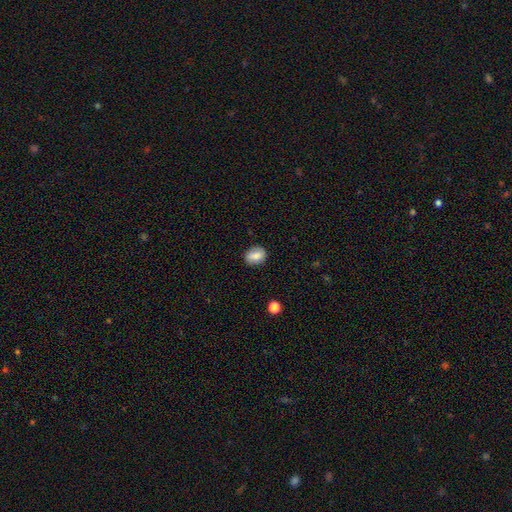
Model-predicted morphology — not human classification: Smooth or featured? smooth (80%)
How rounded? in between (61%)
Merging? none (84%)